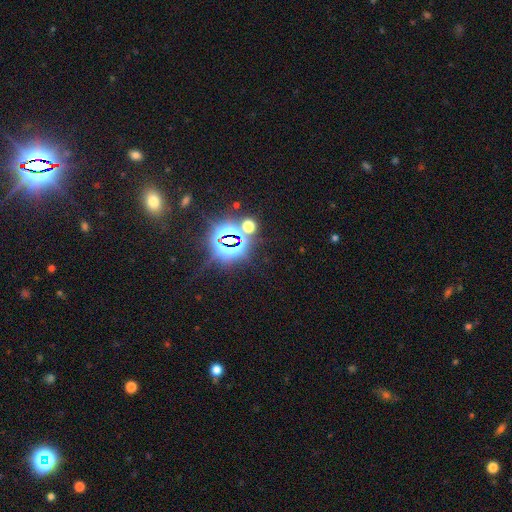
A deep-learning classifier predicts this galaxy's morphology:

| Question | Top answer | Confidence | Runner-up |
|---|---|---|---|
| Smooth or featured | star or artifact | 82% | smooth (11%) |